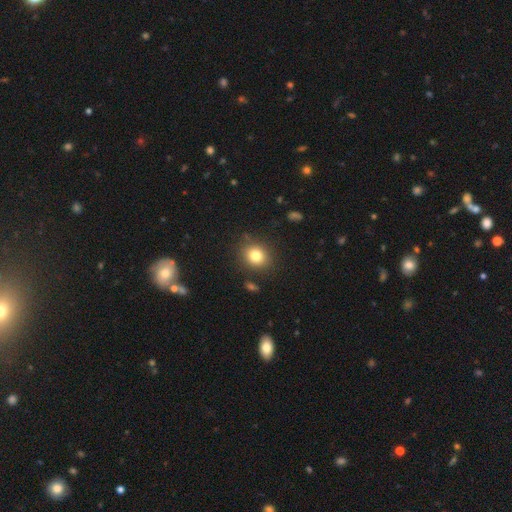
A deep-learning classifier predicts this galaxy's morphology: A smooth galaxy with no disk features (80%) that is round (71%). Merging: none (85%).